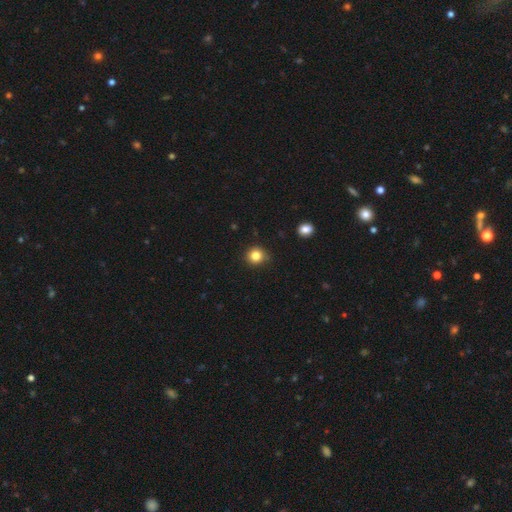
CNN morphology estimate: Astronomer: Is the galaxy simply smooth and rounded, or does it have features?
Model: smooth — 83%.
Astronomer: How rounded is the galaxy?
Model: round — 92%.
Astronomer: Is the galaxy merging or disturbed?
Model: none — 88%.